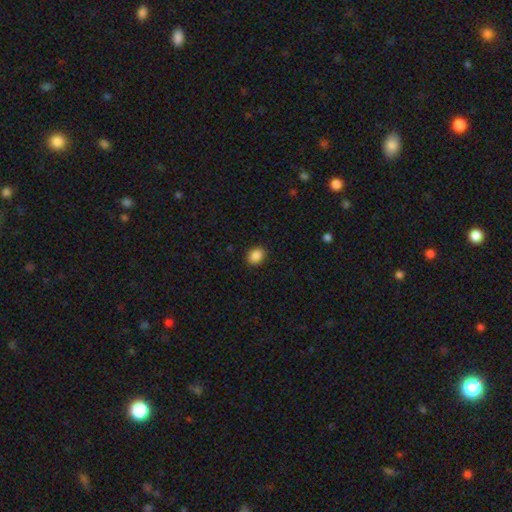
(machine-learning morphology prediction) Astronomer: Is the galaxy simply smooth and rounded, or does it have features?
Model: smooth — 88%.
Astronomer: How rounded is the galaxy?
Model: in between — 56% (runner-up: round, 43%).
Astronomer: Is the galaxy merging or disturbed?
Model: none — 90%.